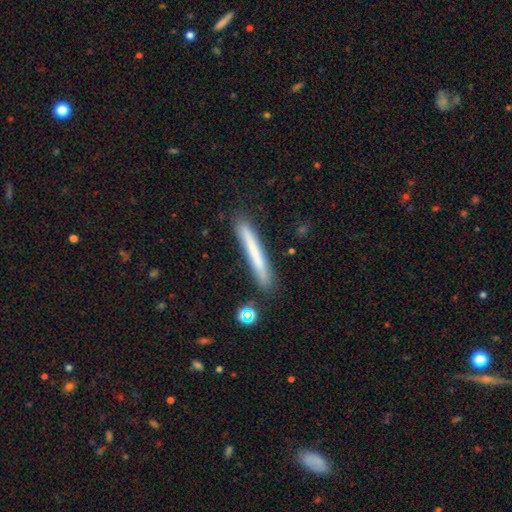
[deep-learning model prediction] smooth-or-featured: smooth: 66% | featured or disk: 27% | star or artifact: 6%
  how-rounded: cigar-shaped: 97% | in between: 2% | round: 1%
  merging: none: 87% | minor disturbance: 9% | merger: 2% | major disturbance: 2%